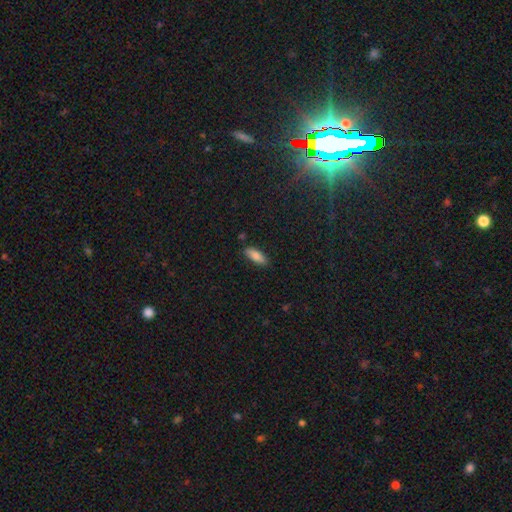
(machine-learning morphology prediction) Overall: smooth (81%). How rounded: in between (74%). Merging: none (85%).